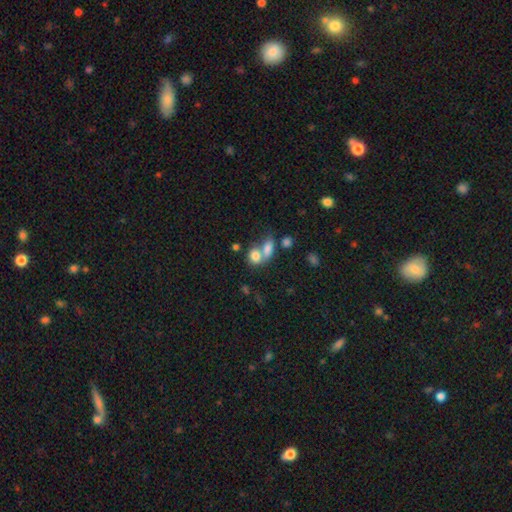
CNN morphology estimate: A smooth galaxy with no disk features (78%) that is in between round and cigar-shaped (62%). Merging: merger (60%).